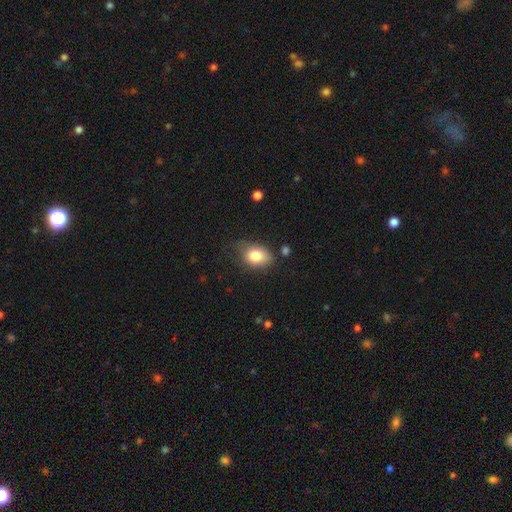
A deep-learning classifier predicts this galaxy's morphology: Smooth or featured: smooth — 81% (featured or disk — 11%)
How rounded: in between — 74% (round — 25%)
Merging: none — 61% (minor disturbance — 29%)